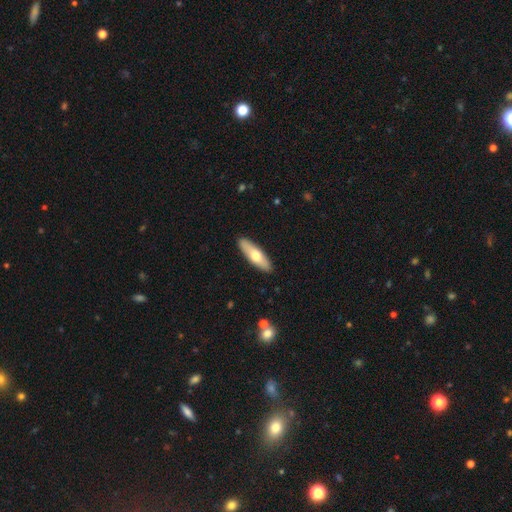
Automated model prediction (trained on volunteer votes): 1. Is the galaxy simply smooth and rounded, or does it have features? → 61% smooth, 34% featured or disk, 5% star or artifact.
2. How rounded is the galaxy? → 54% cigar-shaped, 44% in between, 2% round.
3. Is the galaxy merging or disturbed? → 90% none, 7% minor disturbance, 2% major disturbance, 1% merger.